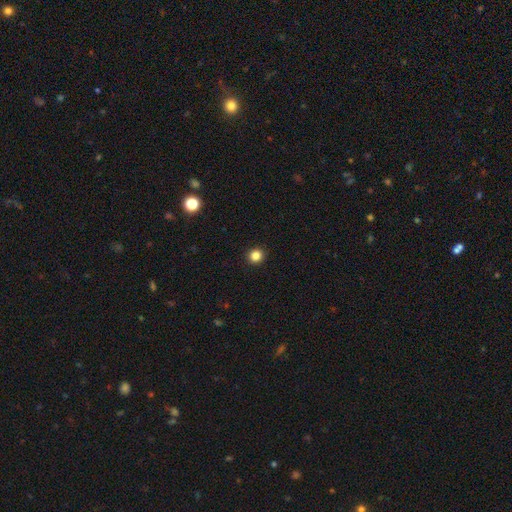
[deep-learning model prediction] A smooth galaxy with no disk features (84%) that is round (94%). Merging: none (94%).